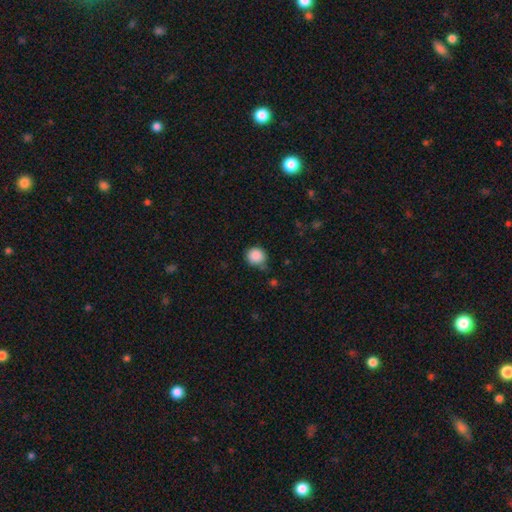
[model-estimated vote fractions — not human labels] This is clearly a smooth galaxy (87%). How rounded: clearly round (89%). Merging: likely none (66%).